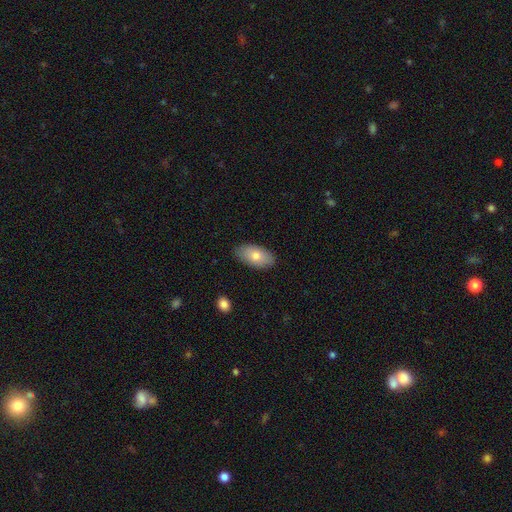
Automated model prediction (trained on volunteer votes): Q: Smooth or featured?
A: smooth (76%); runner-up: featured or disk (18%)
Q: How rounded?
A: in between (94%); runner-up: round (3%)
Q: Merging?
A: none (86%); runner-up: minor disturbance (11%)